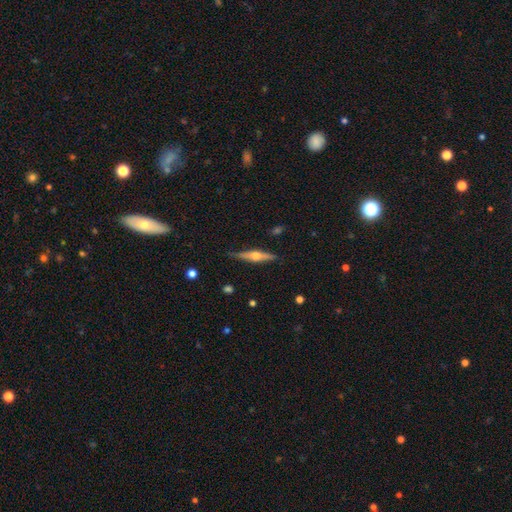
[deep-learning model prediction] smooth_or_featured: featured or disk (p=0.70) [alt: smooth p=0.24]
disk_edge_on: yes (p=0.97) [alt: no p=0.03]
edge_on_bulge: rounded (p=0.92) [alt: boxy p=0.05]
merging: none (p=0.84) [alt: minor disturbance p=0.12]